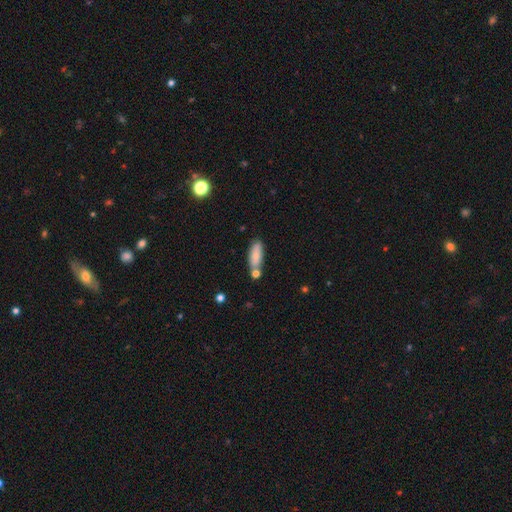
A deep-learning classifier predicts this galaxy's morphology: Q: Smooth or featured?
A: smooth (81%); runner-up: featured or disk (12%)
Q: How rounded?
A: in between (65%); runner-up: cigar-shaped (33%)
Q: Merging?
A: none (65%); runner-up: merger (17%)